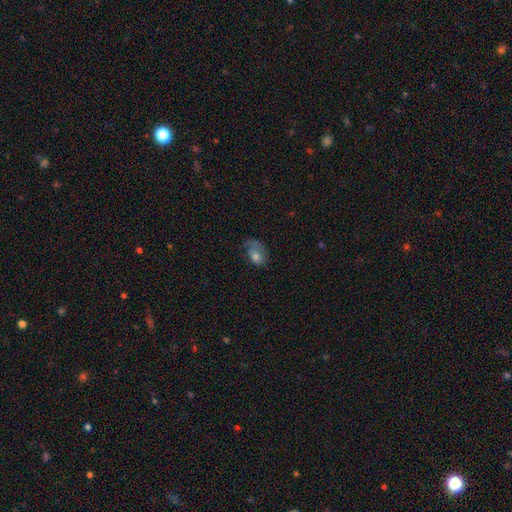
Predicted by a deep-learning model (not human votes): smooth_or_featured: smooth (p=0.65) [alt: featured or disk p=0.25]
how_rounded: in between (p=0.80) [alt: round p=0.18]
merging: major disturbance (p=0.34) [alt: none p=0.33]